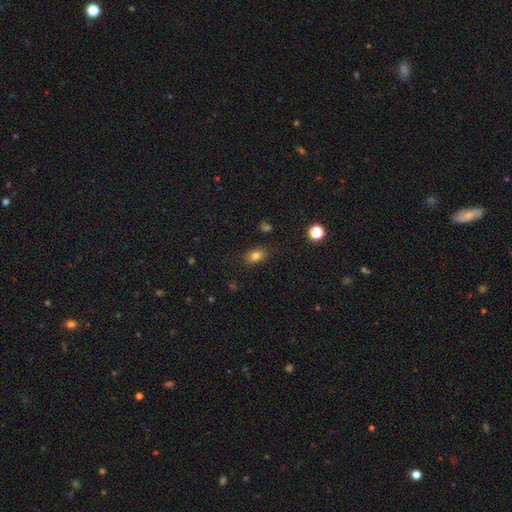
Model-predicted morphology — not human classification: Smooth or featured: smooth — 80% (star or artifact — 13%)
How rounded: in between — 80% (round — 17%)
Merging: none — 84% (minor disturbance — 12%)